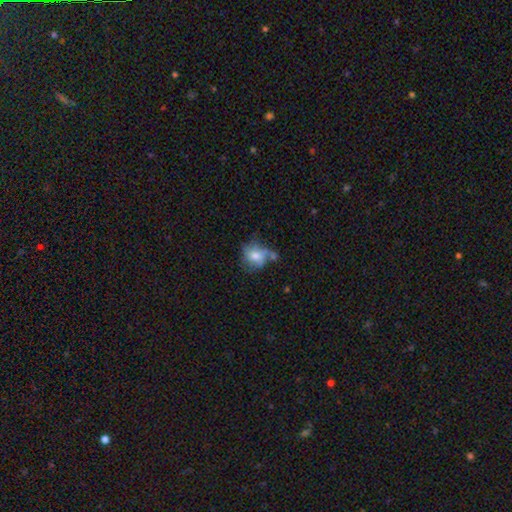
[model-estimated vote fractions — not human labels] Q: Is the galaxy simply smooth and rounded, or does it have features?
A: smooth — 53%.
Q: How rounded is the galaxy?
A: round — 53%.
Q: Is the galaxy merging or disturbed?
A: none — 39%.